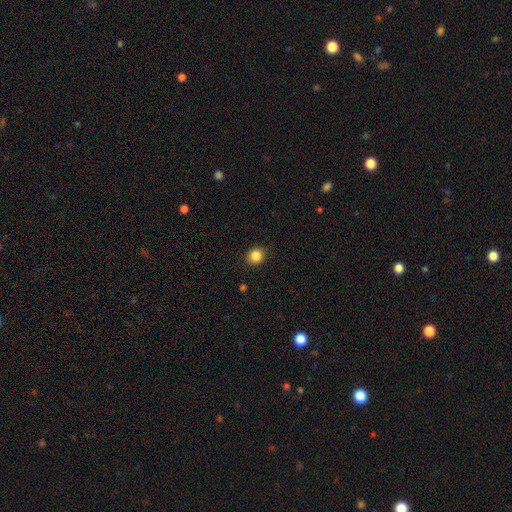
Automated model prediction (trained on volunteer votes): Smooth or featured: smooth — 85% (star or artifact — 10%)
How rounded: round — 79% (in between — 20%)
Merging: none — 90% (minor disturbance — 7%)